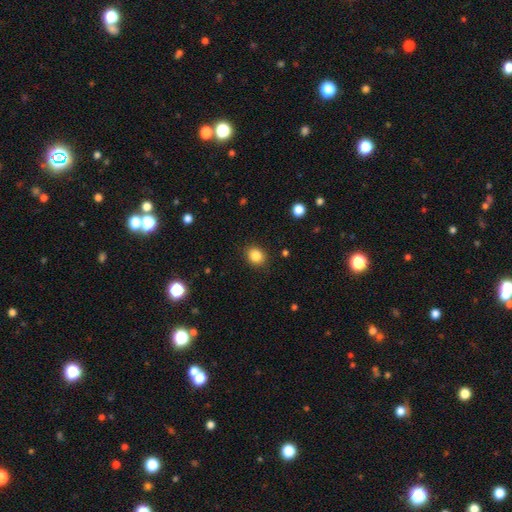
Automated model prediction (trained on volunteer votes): smooth 85%, star or artifact 10%, featured or disk 5%. Down the decision tree: how rounded — round (64%); merging — none (88%).